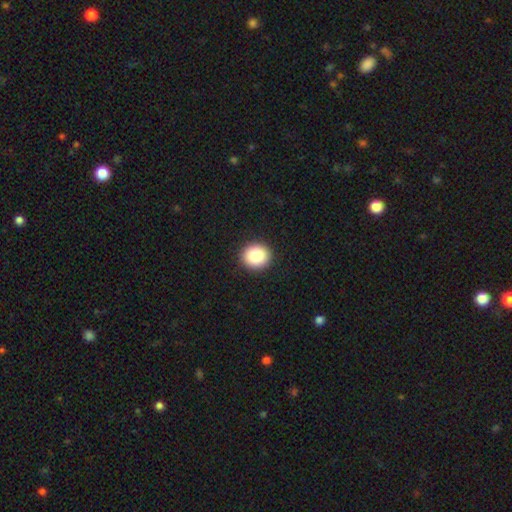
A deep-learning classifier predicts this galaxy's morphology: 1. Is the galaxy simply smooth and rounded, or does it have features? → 85% smooth, 9% star or artifact, 6% featured or disk.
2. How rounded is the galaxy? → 87% round, 12% in between, 1% cigar-shaped.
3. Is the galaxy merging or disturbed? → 92% none, 5% minor disturbance, 2% major disturbance, 1% merger.